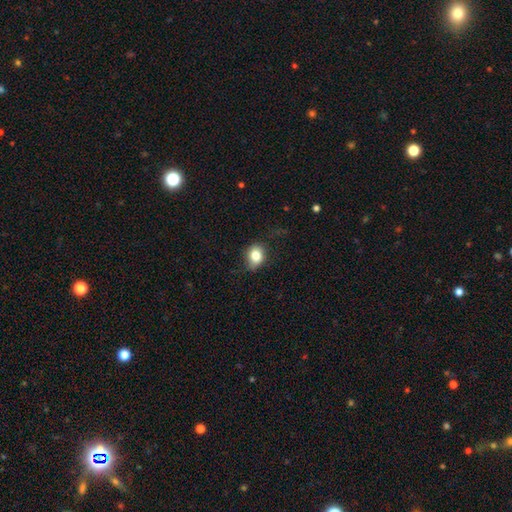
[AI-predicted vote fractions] smooth-or-featured: smooth: 81% | star or artifact: 10% | featured or disk: 10%
  how-rounded: in between: 50% | round: 49% | cigar-shaped: 1%
  merging: none: 68% | minor disturbance: 24% | major disturbance: 7% | merger: 1%